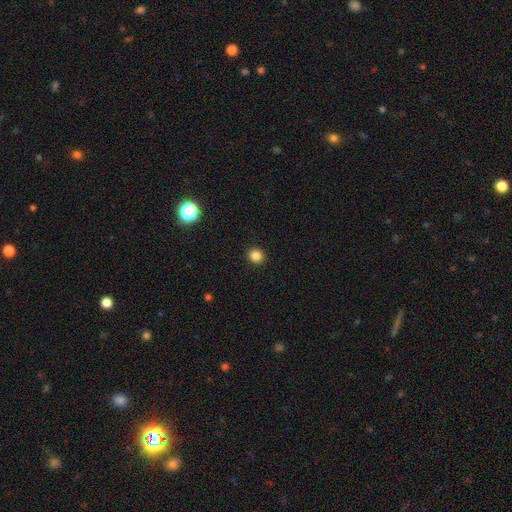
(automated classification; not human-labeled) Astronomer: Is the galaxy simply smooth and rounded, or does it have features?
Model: smooth — 84%.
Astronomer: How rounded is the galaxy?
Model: round — 88%.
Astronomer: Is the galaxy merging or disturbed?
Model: none — 93%.